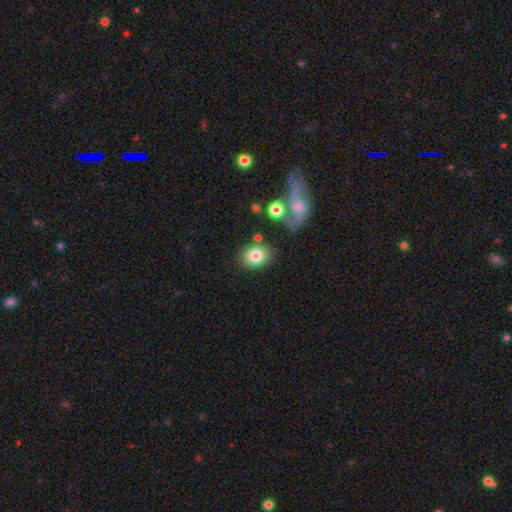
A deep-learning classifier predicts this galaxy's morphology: smooth_or_featured: smooth (p=0.79) [alt: featured or disk p=0.12]
how_rounded: in between (p=0.50) [alt: round p=0.49]
merging: none (p=0.72) [alt: minor disturbance p=0.14]